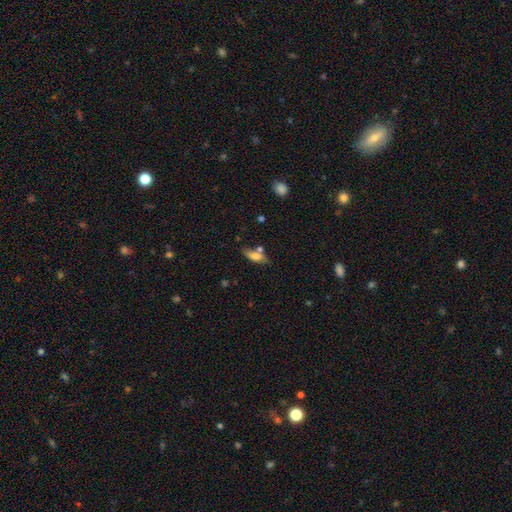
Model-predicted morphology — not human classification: smooth_or_featured: smooth (p=0.69) [alt: featured or disk p=0.22]
how_rounded: in between (p=0.62) [alt: cigar-shaped p=0.34]
merging: none (p=0.59) [alt: minor disturbance p=0.18]